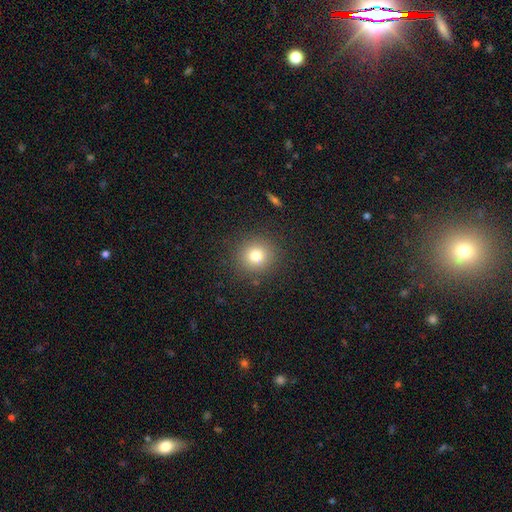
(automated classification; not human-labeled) Smooth or featured: smooth — 77% (star or artifact — 14%)
How rounded: round — 91% (in between — 8%)
Merging: none — 88% (minor disturbance — 7%)